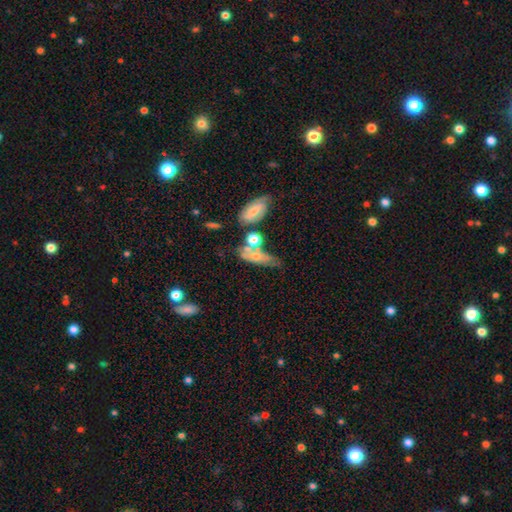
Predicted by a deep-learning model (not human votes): Smooth or featured? Predicted: smooth (p=0.54). How rounded? Predicted: in between (p=0.61). Merging? Predicted: none (p=0.35).